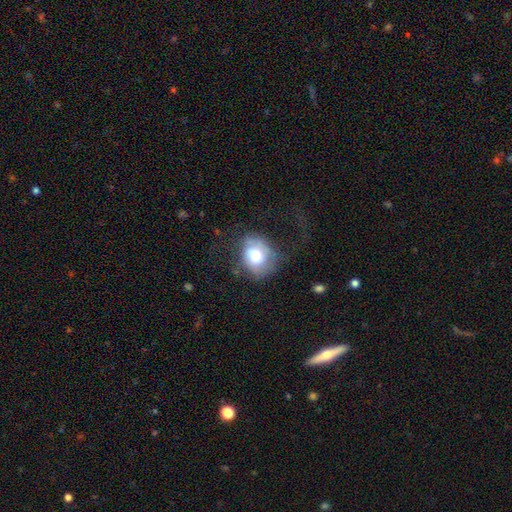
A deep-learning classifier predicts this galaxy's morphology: Smooth or featured: smooth — 60% (featured or disk — 32%)
How rounded: round — 61% (in between — 38%)
Merging: none — 52% (minor disturbance — 25%)